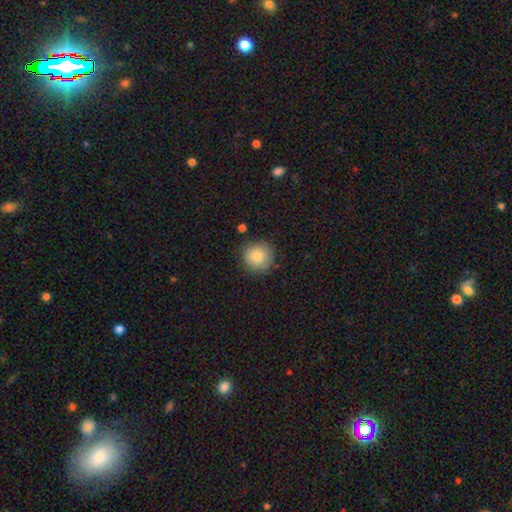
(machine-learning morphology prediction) A smooth galaxy with no disk features (82%) that is round (93%). Merging: none (86%).